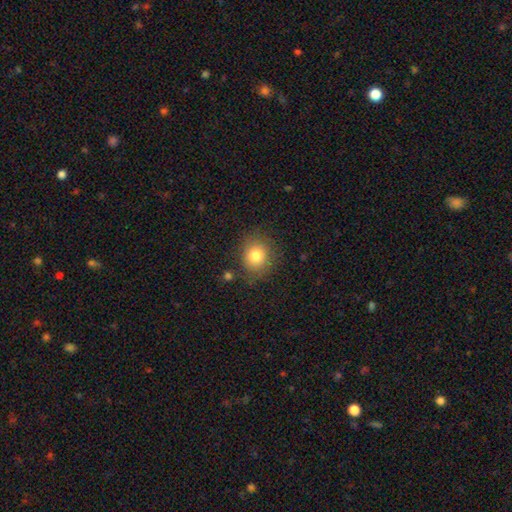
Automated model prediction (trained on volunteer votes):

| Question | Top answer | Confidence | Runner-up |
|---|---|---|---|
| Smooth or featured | smooth | 79% | star or artifact (11%) |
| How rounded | round | 78% | in between (21%) |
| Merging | none | 81% | minor disturbance (12%) |